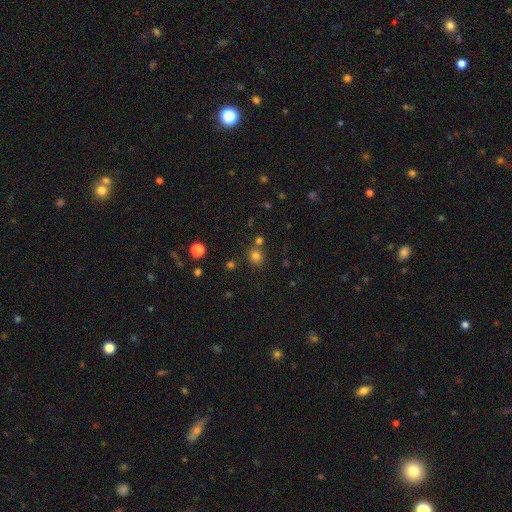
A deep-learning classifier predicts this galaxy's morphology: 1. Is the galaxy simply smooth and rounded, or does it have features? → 76% smooth, 18% star or artifact, 6% featured or disk.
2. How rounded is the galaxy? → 84% round, 15% in between, 1% cigar-shaped.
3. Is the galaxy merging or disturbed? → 72% none, 17% merger, 9% minor disturbance, 3% major disturbance.